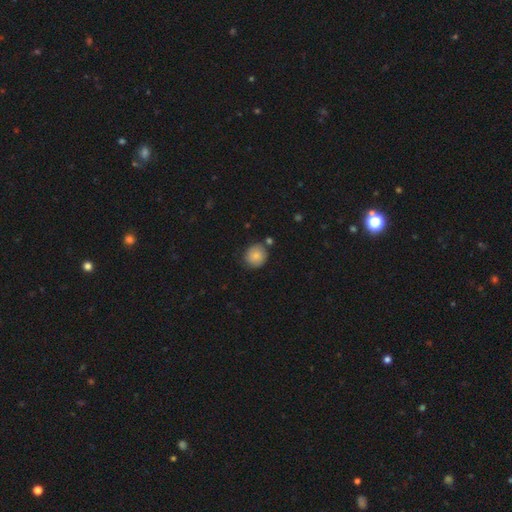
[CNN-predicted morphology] Smooth or featured? smooth (83%)
How rounded? round (85%)
Merging? none (76%)